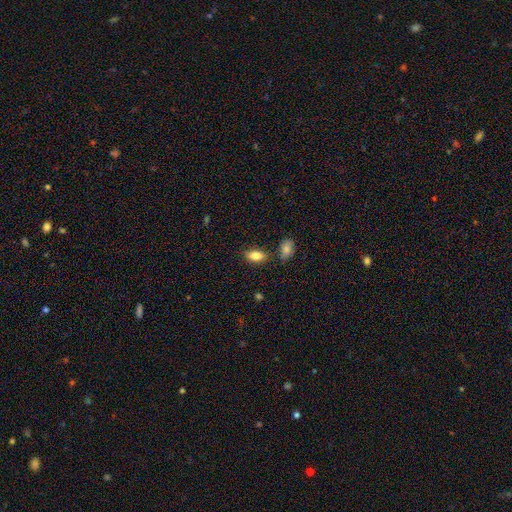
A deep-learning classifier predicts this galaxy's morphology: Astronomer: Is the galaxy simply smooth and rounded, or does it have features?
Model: smooth — 84%.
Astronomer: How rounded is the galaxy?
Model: in between — 90%.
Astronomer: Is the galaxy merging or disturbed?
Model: none — 77%.